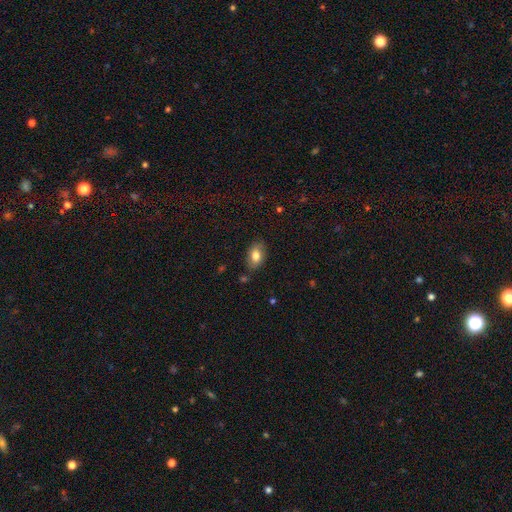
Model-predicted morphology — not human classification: type=smooth (79%); roundness=in between (88%); merging=none (80%).